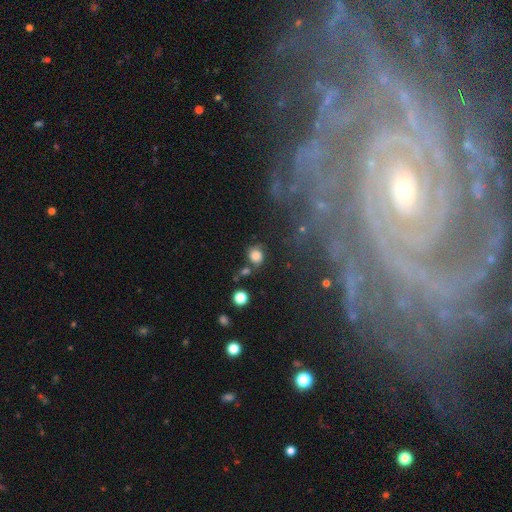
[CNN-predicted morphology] Smooth or featured?
  - smooth: 79% *
  - star or artifact: 12%
  - featured or disk: 9%
How rounded?
  - round: 72% *
  - in between: 27%
  - cigar-shaped: 1%
Merging?
  - none: 65% *
  - minor disturbance: 15%
  - merger: 14%
  - major disturbance: 6%